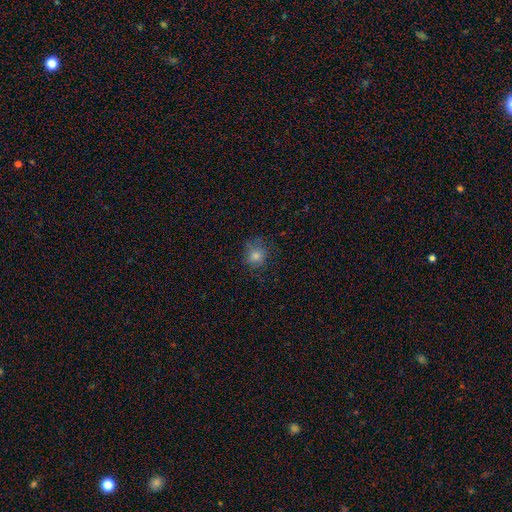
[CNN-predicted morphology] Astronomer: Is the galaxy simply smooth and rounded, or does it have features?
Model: smooth — 73%.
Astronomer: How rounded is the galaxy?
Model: round — 81%.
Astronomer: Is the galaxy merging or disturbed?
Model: none — 73%.